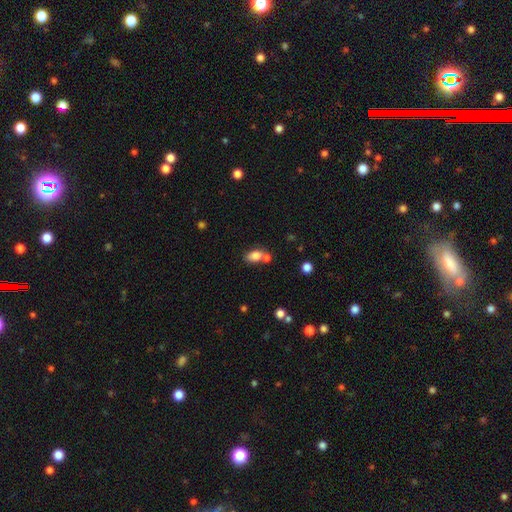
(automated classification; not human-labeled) Q: Smooth or featured?
A: smooth (80%); runner-up: featured or disk (10%)
Q: How rounded?
A: in between (85%); runner-up: round (13%)
Q: Merging?
A: none (49%); runner-up: merger (33%)